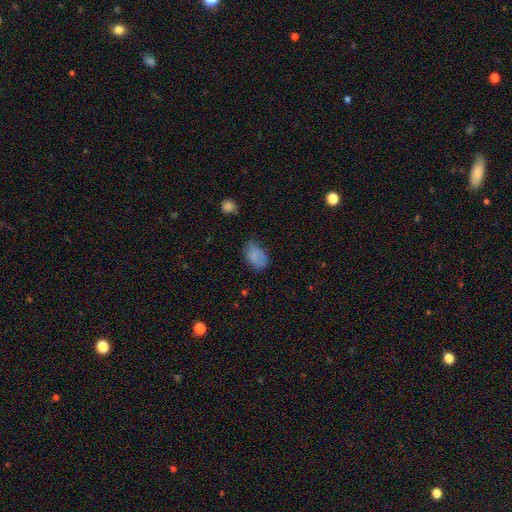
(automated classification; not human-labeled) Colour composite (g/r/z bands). It shows a smooth galaxy with no disk features (79%) that is in between round and cigar-shaped (87%). Merging: none (50%).